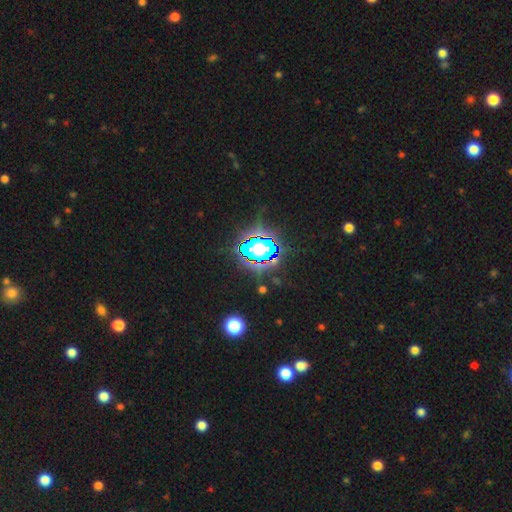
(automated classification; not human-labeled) A star or artifact, not a galaxy (82%).

Vote fractions:
- Smooth or featured? star or artifact: 82% / smooth: 11% / featured or disk: 7%